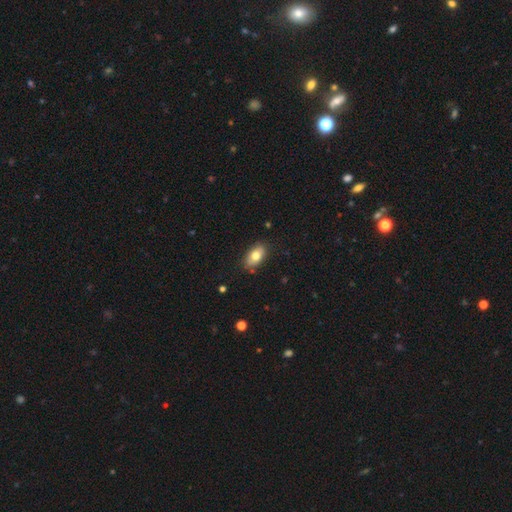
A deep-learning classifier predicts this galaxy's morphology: A smooth galaxy with no disk features (77%) that is in between round and cigar-shaped (90%).

Vote fractions:
- Smooth or featured? smooth: 77% / featured or disk: 16% / star or artifact: 7%
- How rounded? in between: 90% / round: 6% / cigar-shaped: 4%
- Merging? none: 83% / minor disturbance: 13% / major disturbance: 2% / merger: 1%